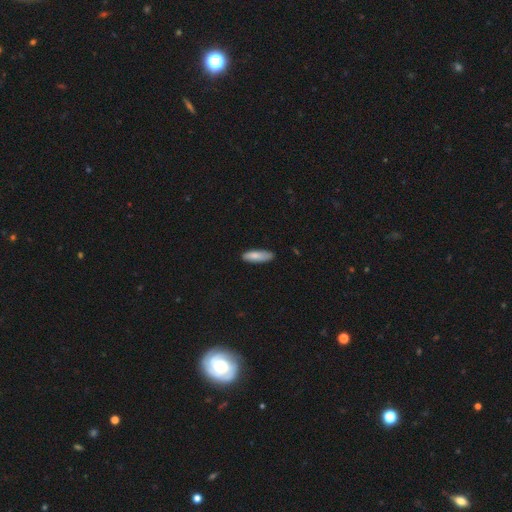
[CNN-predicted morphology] smooth-or-featured: smooth: 83% | featured or disk: 12% | star or artifact: 6%
  how-rounded: cigar-shaped: 50% | in between: 49% | round: 2%
  merging: none: 82% | minor disturbance: 15% | major disturbance: 2% | merger: 1%